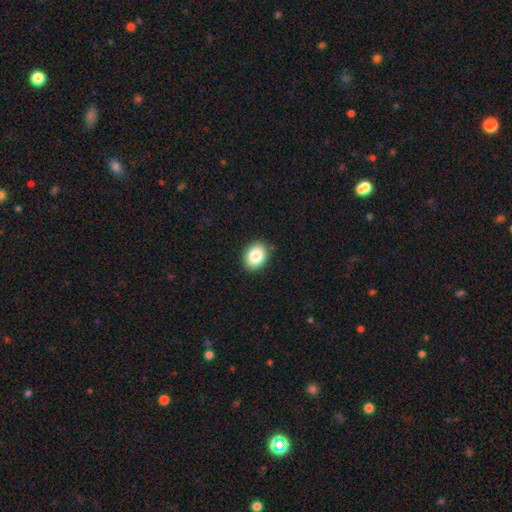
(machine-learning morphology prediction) Q: Smooth or featured?
A: smooth (84%); runner-up: star or artifact (9%)
Q: How rounded?
A: in between (56%); runner-up: round (43%)
Q: Merging?
A: none (88%); runner-up: minor disturbance (9%)